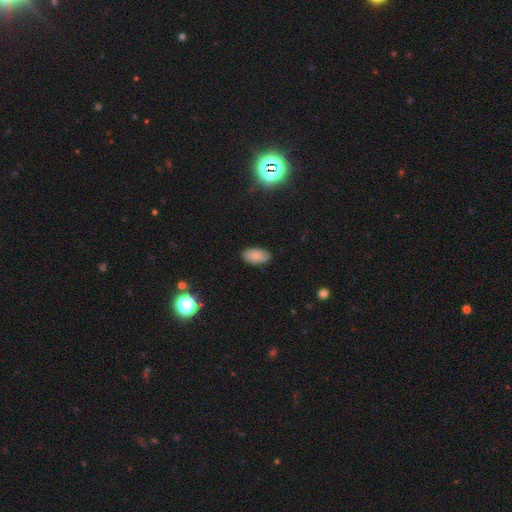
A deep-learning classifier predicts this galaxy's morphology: smooth_or_featured: smooth (p=0.78) [alt: featured or disk p=0.12]
how_rounded: in between (p=0.94) [alt: round p=0.04]
merging: none (p=0.86) [alt: minor disturbance p=0.11]